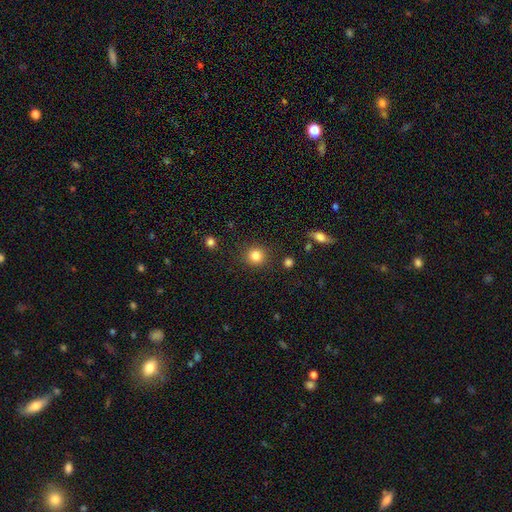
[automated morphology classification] Smooth or featured: smooth — 83% (star or artifact — 12%)
How rounded: round — 91% (in between — 8%)
Merging: none — 89% (minor disturbance — 7%)